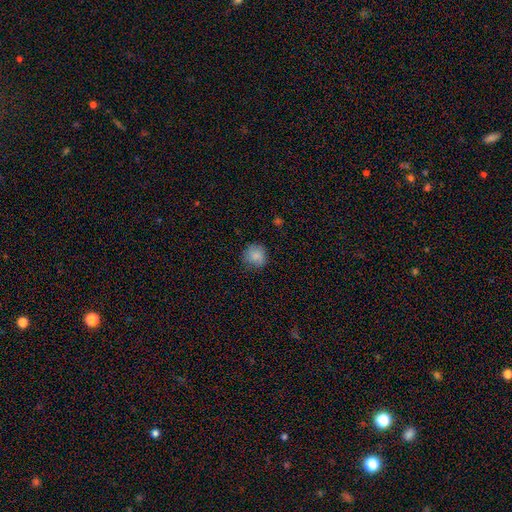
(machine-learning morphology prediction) smooth_or_featured: smooth (p=0.84) [alt: star or artifact p=0.09]
how_rounded: round (p=0.88) [alt: in between p=0.11]
merging: none (p=0.79) [alt: minor disturbance p=0.17]